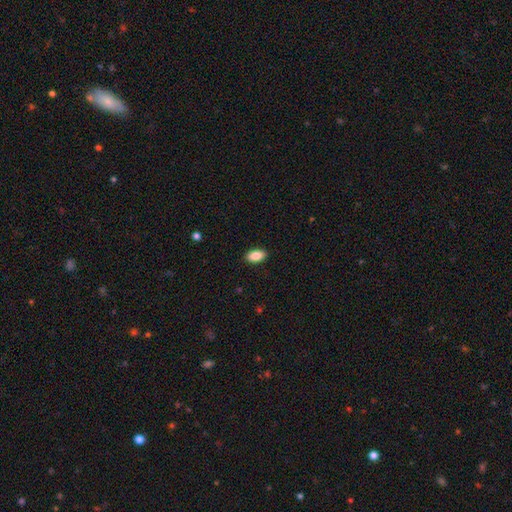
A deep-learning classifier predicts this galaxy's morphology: smooth_or_featured: smooth (p=0.88) [alt: star or artifact p=0.07]
how_rounded: in between (p=0.93) [alt: round p=0.04]
merging: none (p=0.90) [alt: minor disturbance p=0.07]